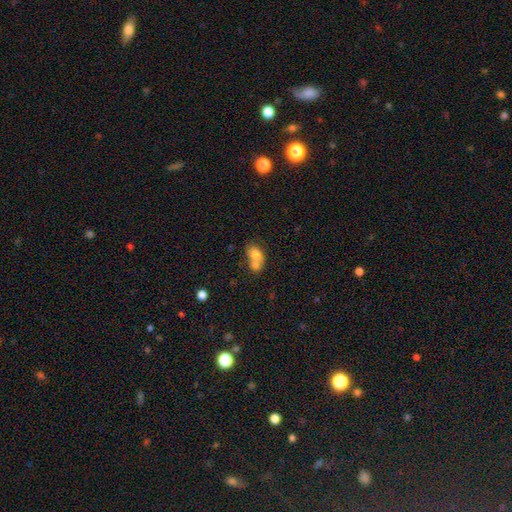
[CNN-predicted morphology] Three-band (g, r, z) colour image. It shows a smooth galaxy with no disk features (74%) that is in between round and cigar-shaped (73%). Merging: merger (67%).